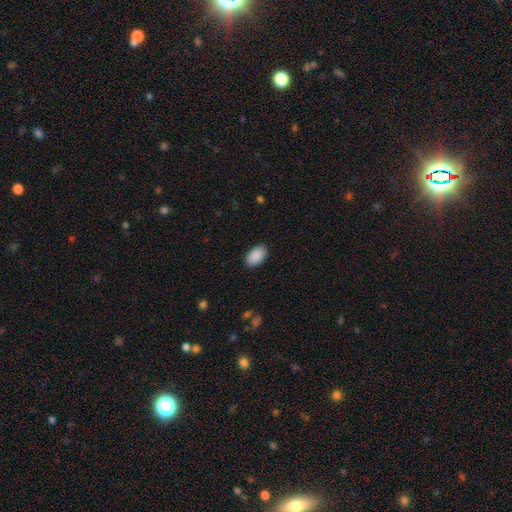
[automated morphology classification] Smooth or featured?
  - smooth: 91% *
  - star or artifact: 6%
  - featured or disk: 3%
How rounded?
  - in between: 94% *
  - round: 5%
  - cigar-shaped: 1%
Merging?
  - none: 89% *
  - minor disturbance: 8%
  - major disturbance: 2%
  - merger: 1%